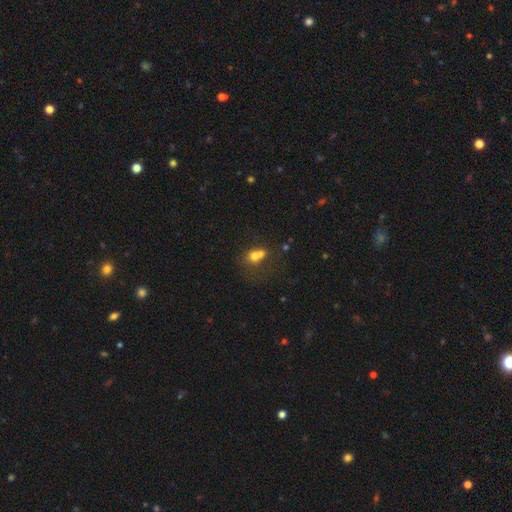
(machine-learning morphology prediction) Smooth or featured?
  - smooth: 64% *
  - featured or disk: 21%
  - star or artifact: 15%
How rounded?
  - round: 64% *
  - in between: 35%
  - cigar-shaped: 1%
Merging?
  - merger: 62% *
  - none: 25%
  - minor disturbance: 7%
  - major disturbance: 6%